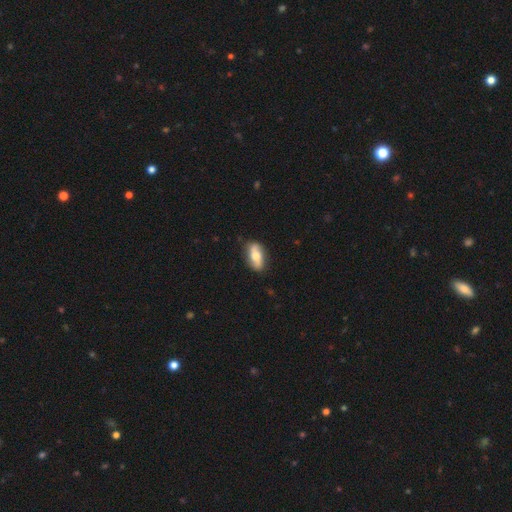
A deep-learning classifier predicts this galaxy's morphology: Q: Smooth or featured?
A: smooth (49%); runner-up: featured or disk (45%)
Q: Merging?
A: none (81%); runner-up: minor disturbance (15%)